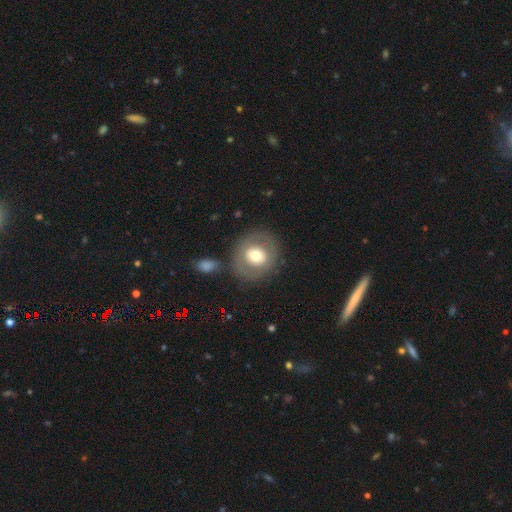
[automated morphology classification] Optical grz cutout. It shows a smooth galaxy with no disk features (55%) that is round (86%). Merging: none (78%).